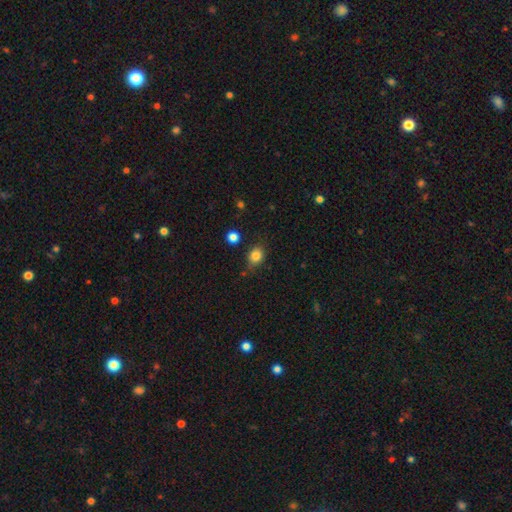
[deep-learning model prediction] Smooth or featured? smooth (83%)
How rounded? round (57%)
Merging? none (75%)